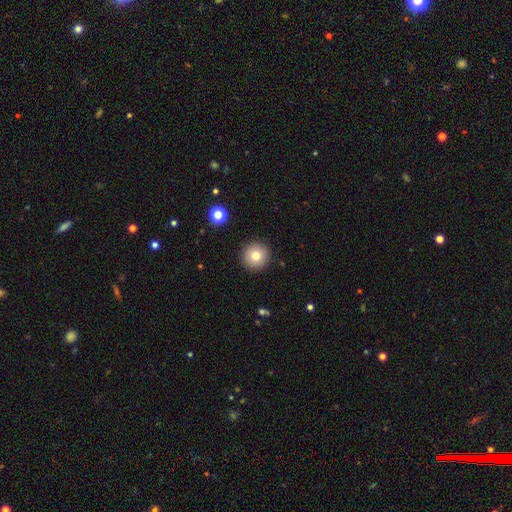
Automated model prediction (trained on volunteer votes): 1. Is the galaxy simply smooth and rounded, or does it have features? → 78% smooth, 11% star or artifact, 11% featured or disk.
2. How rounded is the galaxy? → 96% round, 3% in between, 1% cigar-shaped.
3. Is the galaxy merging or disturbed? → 92% none, 5% minor disturbance, 2% major disturbance, 1% merger.